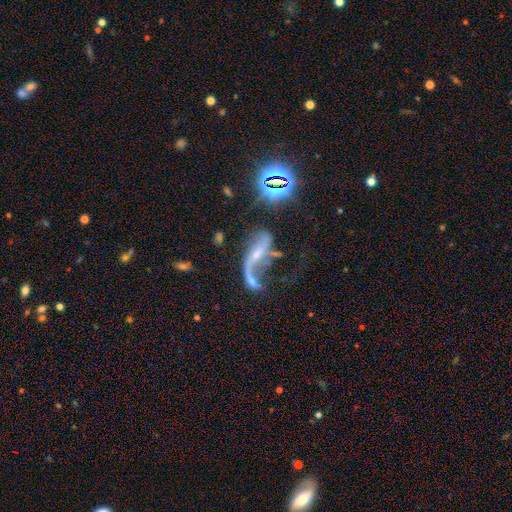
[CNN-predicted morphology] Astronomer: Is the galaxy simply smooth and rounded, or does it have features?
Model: featured or disk — 73%.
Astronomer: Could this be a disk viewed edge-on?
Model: no — 90%.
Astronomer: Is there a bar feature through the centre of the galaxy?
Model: no — 45% (runner-up: weak, 29%).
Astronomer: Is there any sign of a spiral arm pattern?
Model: yes — 79%.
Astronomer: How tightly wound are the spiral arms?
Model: loose — 88%.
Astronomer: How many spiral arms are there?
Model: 2 — 63%.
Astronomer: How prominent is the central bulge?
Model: small — 61%.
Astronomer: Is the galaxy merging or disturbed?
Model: major disturbance — 32% (runner-up: none, 28%).